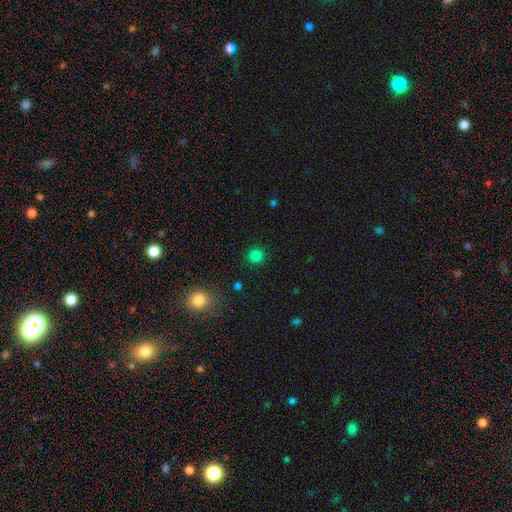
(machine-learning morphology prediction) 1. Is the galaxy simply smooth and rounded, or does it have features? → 82% smooth, 14% star or artifact, 3% featured or disk.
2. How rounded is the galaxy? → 93% round, 6% in between, 1% cigar-shaped.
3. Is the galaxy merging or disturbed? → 91% none, 6% minor disturbance, 2% major disturbance, 1% merger.